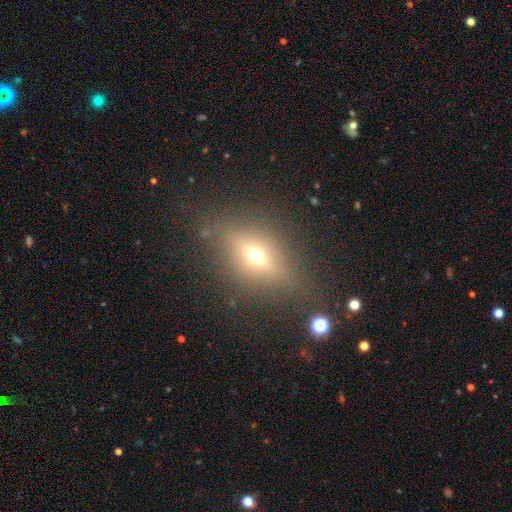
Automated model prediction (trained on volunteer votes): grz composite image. It shows a featured or disk galaxy (42%, tied with smooth). Merging: none (80%).